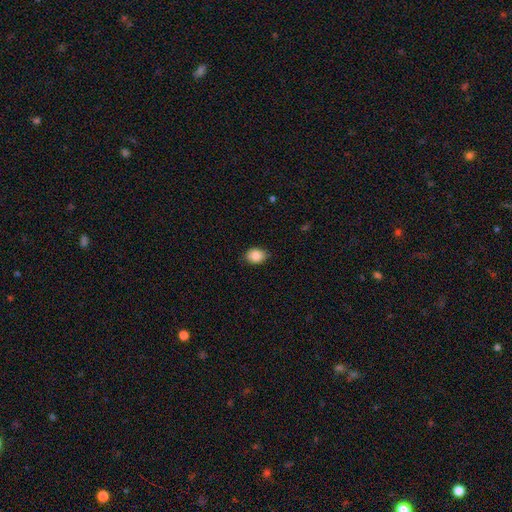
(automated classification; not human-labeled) Morphology: type=smooth (88%); roundness=in between (65%); merging=none (81%).